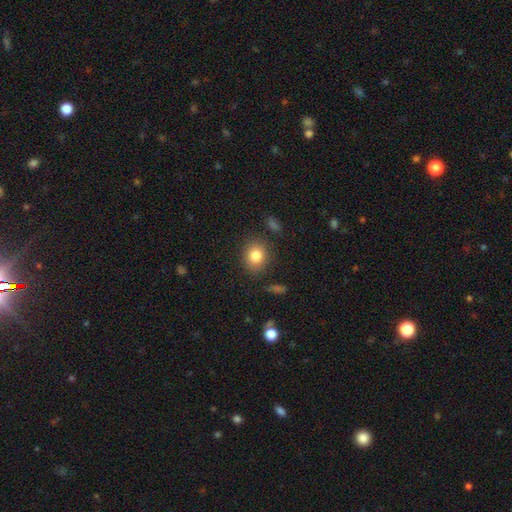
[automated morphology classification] A smooth galaxy with no disk features (81%) that is round (63%).

Vote fractions:
- Smooth or featured? smooth: 81% / star or artifact: 10% / featured or disk: 9%
- How rounded? round: 63% / in between: 36% / cigar-shaped: 1%
- Merging? none: 85% / minor disturbance: 10% / major disturbance: 3% / merger: 2%